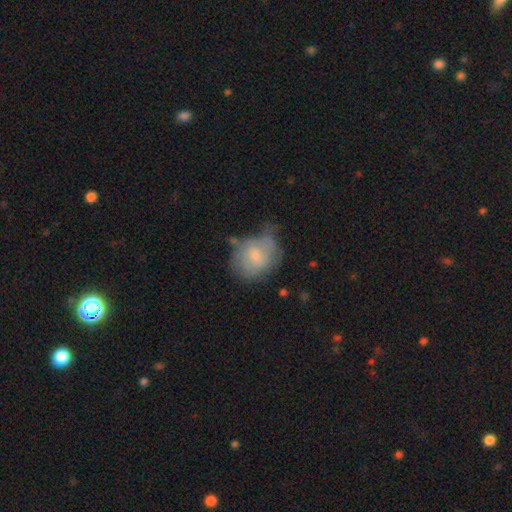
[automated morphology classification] A smooth galaxy with no disk features (56%) that is round (52%). Merging: none (39%).